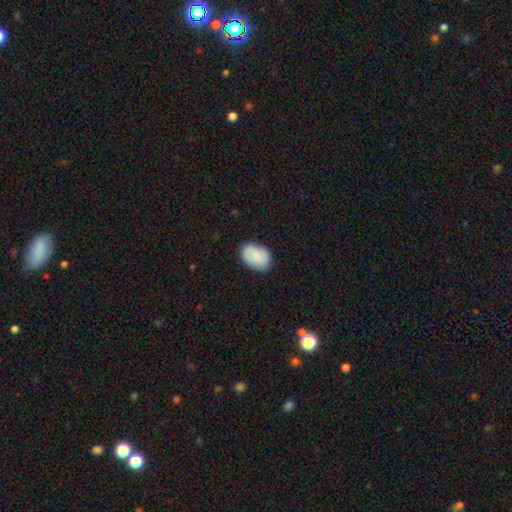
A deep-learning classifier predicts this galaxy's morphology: Smooth or featured? smooth (77%)
How rounded? in between (80%)
Merging? none (79%)